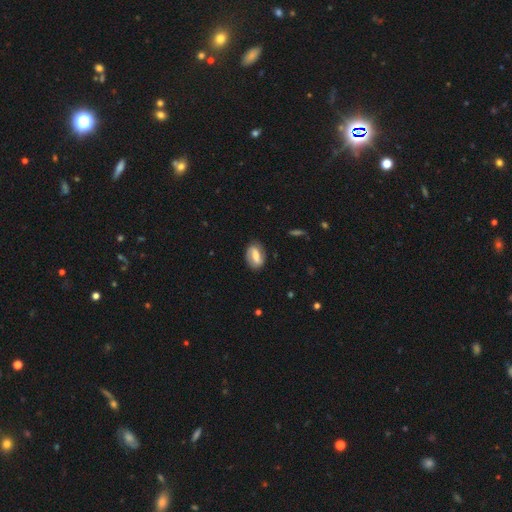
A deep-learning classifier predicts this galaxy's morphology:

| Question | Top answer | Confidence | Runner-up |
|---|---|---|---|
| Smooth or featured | featured or disk | 58% | smooth (36%) |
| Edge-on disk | no | 93% | yes (7%) |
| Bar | strong | 48% | weak (36%) |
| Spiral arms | yes | 74% | no (26%) |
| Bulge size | moderate | 49% | small (25%) |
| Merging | none | 81% | minor disturbance (14%) |